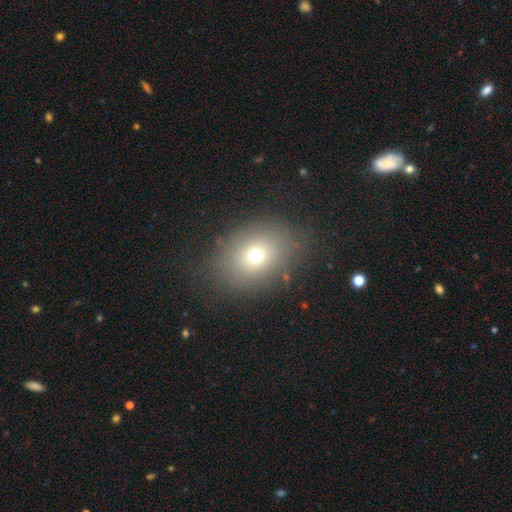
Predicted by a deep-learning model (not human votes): Q: Smooth or featured?
A: smooth (68%); runner-up: star or artifact (17%)
Q: How rounded?
A: in between (54%); runner-up: round (45%)
Q: Merging?
A: none (79%); runner-up: minor disturbance (12%)